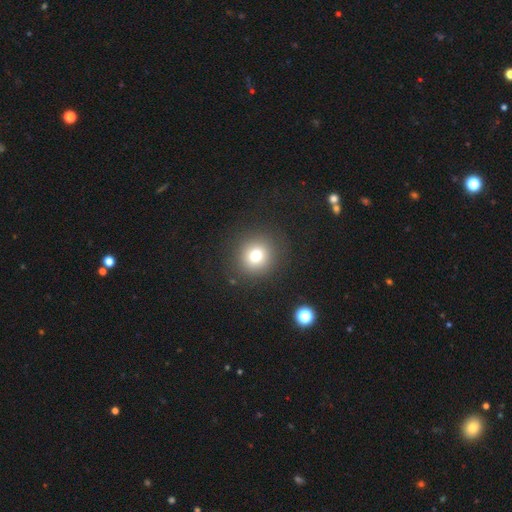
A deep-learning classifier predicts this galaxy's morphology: This appears to be a smooth galaxy with no disk features (78%) that is round (87%). Merging: none (88%).